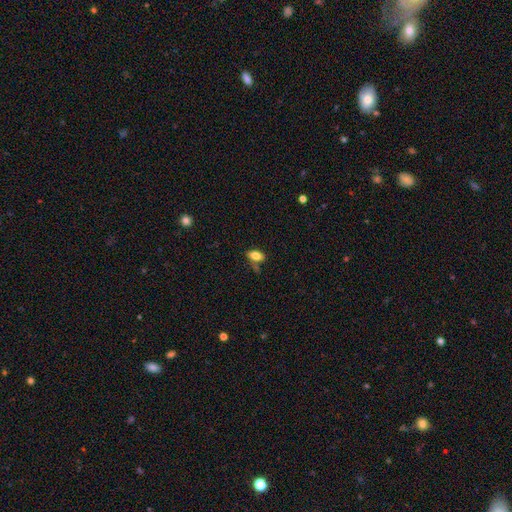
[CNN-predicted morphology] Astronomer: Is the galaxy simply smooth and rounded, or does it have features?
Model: smooth — 78%.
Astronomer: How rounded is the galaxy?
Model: in between — 88%.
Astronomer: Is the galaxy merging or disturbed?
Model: none — 66%.